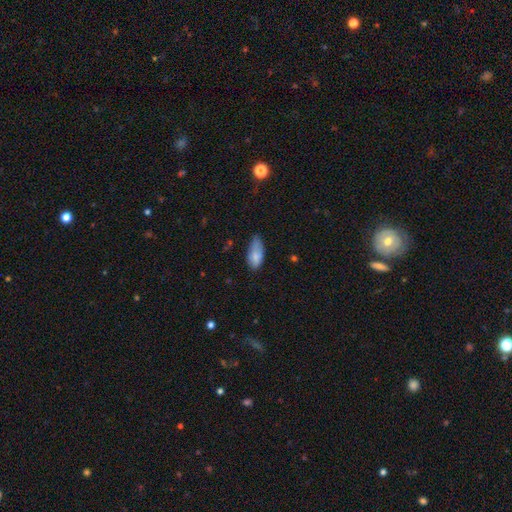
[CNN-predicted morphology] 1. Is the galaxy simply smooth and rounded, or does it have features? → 81% smooth, 11% featured or disk, 8% star or artifact.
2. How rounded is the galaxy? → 88% in between, 9% cigar-shaped, 3% round.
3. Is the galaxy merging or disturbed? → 43% minor disturbance, 42% none, 12% major disturbance, 3% merger.